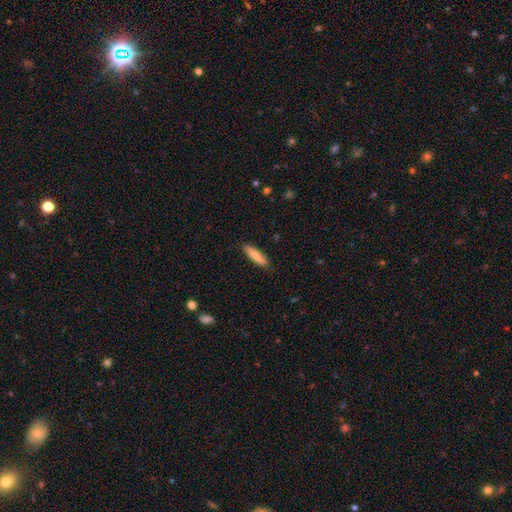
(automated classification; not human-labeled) A smooth galaxy with no disk features (82%) that is cigar-shaped (74%).

Vote fractions:
- Smooth or featured? smooth: 82% / featured or disk: 12% / star or artifact: 6%
- How rounded? cigar-shaped: 74% / in between: 25% / round: 1%
- Merging? none: 88% / minor disturbance: 9% / major disturbance: 2% / merger: 1%